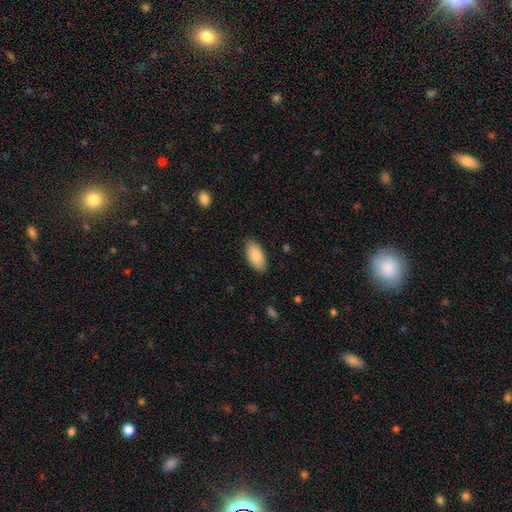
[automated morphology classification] smooth-or-featured: smooth: 85% | featured or disk: 9% | star or artifact: 6%
  how-rounded: in between: 93% | cigar-shaped: 5% | round: 2%
  merging: none: 86% | minor disturbance: 11% | major disturbance: 2% | merger: 1%